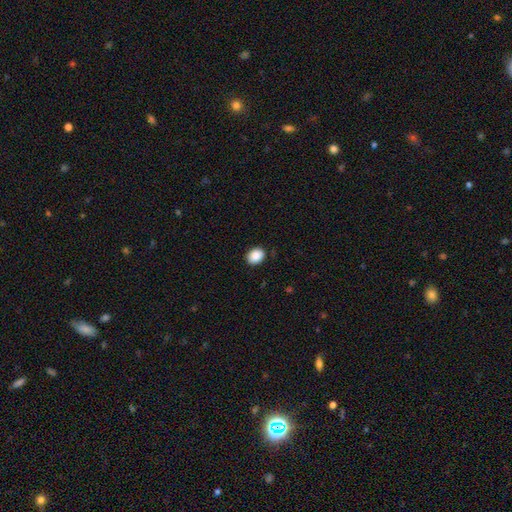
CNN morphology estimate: Smooth or featured? Predicted: smooth (p=0.88). How rounded? Predicted: round (p=0.50). Merging? Predicted: none (p=0.87).